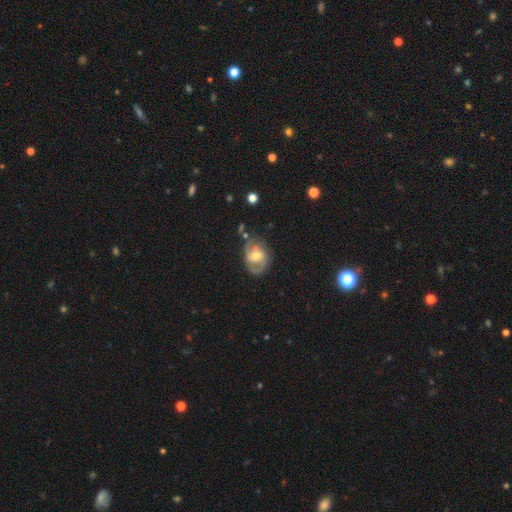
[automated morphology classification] A featured or disk galaxy (69%) with no bar (50%), 2 (70%) medium (47%) spiral arms (81%) and a moderate central bulge (61%). Merging: none (53%).